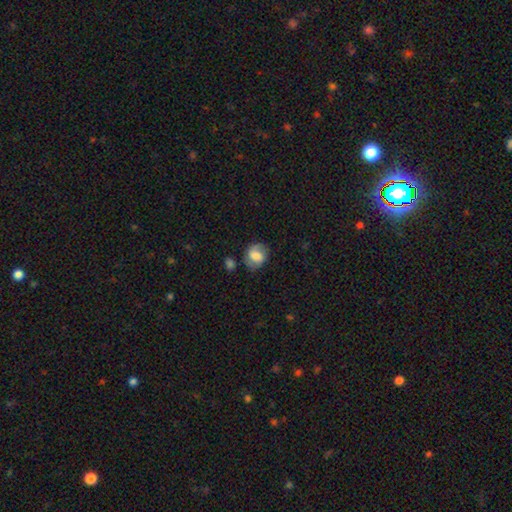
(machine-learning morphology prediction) A smooth galaxy with no disk features (56%) that is round (52%).

Vote fractions:
- Smooth or featured? smooth: 56% / featured or disk: 35% / star or artifact: 9%
- How rounded? round: 52% / in between: 47% / cigar-shaped: 1%
- Merging? none: 66% / minor disturbance: 21% / major disturbance: 8% / merger: 4%